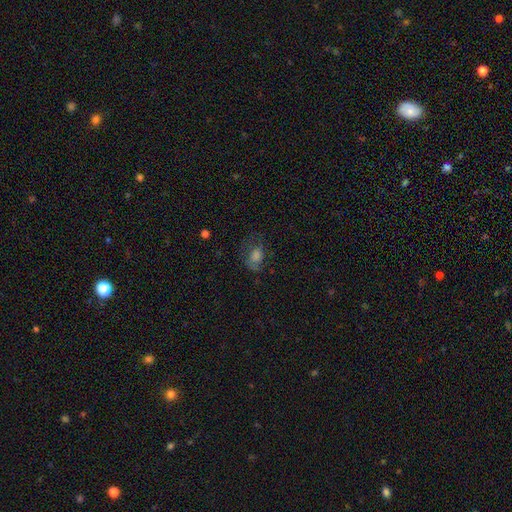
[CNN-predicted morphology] The model was most divided on "smooth or featured": smooth: 54%, featured or disk: 27%, star or artifact: 20%. More confident: how rounded — in between (68%); merging — none (56%).